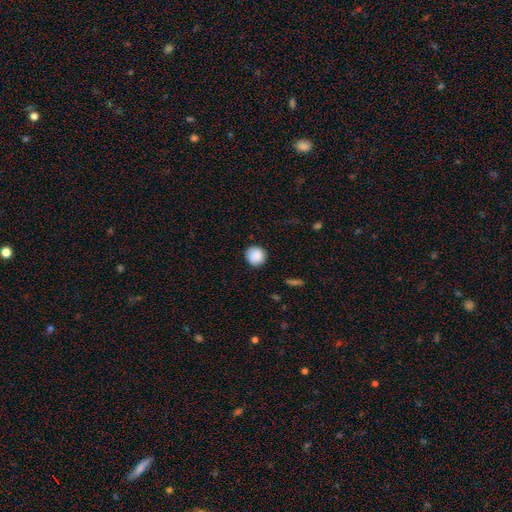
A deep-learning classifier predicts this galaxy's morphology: smooth-or-featured: smooth: 88% | star or artifact: 7% | featured or disk: 4%
  how-rounded: round: 92% | in between: 7% | cigar-shaped: 1%
  merging: none: 86% | minor disturbance: 11% | major disturbance: 3% | merger: 1%